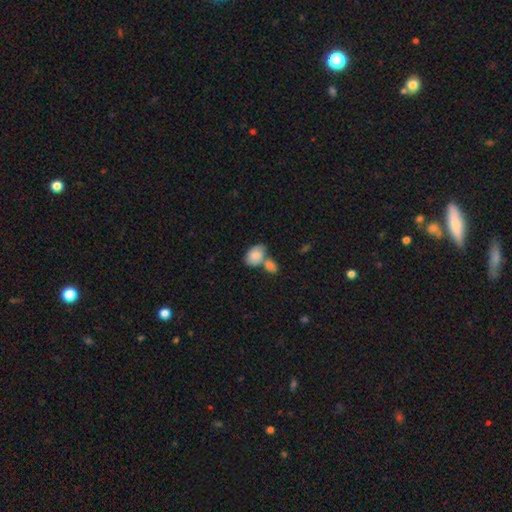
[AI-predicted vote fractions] Morphology: type=smooth (83%); roundness=in between (85%); merging=merger (54%).